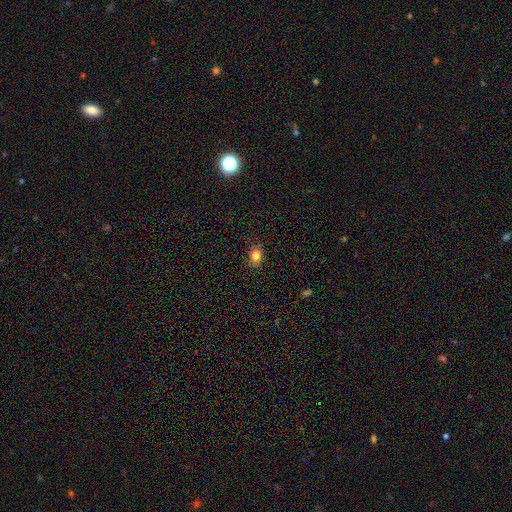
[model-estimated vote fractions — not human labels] A smooth galaxy with no disk features (83%) that is in between round and cigar-shaped (57%). Merging: none (83%).